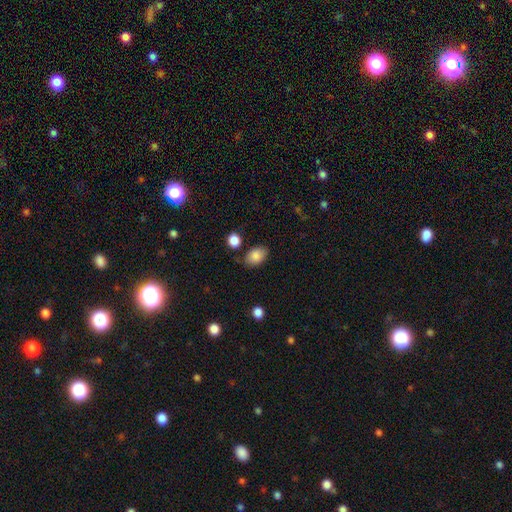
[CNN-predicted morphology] Smooth or featured: smooth — 86% (star or artifact — 8%)
How rounded: in between — 84% (round — 15%)
Merging: none — 76% (minor disturbance — 16%)